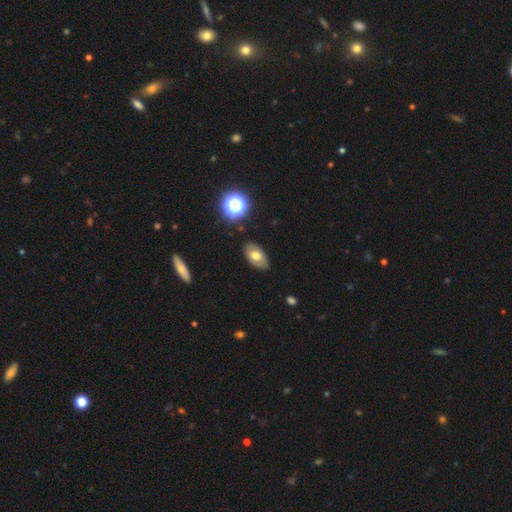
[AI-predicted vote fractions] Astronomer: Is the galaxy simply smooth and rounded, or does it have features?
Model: smooth — 65%.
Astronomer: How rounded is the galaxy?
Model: in between — 91%.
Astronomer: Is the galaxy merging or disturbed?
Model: none — 83%.